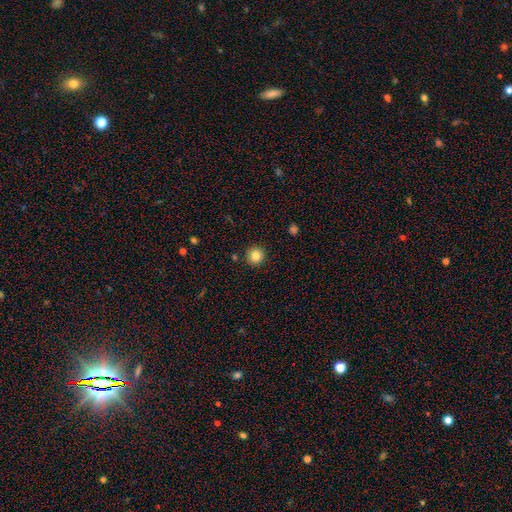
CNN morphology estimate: Smooth or featured: smooth — 84% (star or artifact — 11%)
How rounded: round — 94% (in between — 5%)
Merging: none — 91% (minor disturbance — 6%)